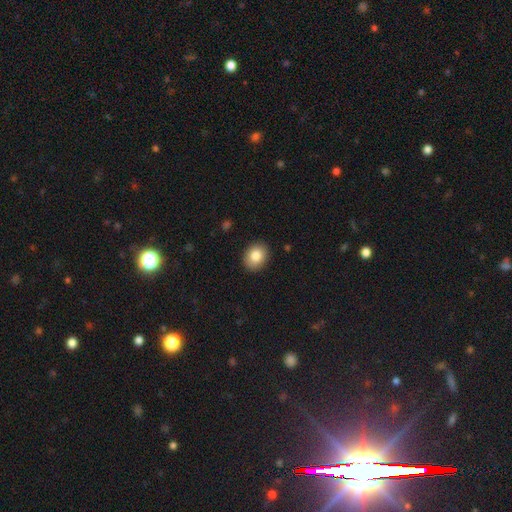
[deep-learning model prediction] Smooth or featured? smooth (85%)
How rounded? in between (50%)
Merging? none (90%)